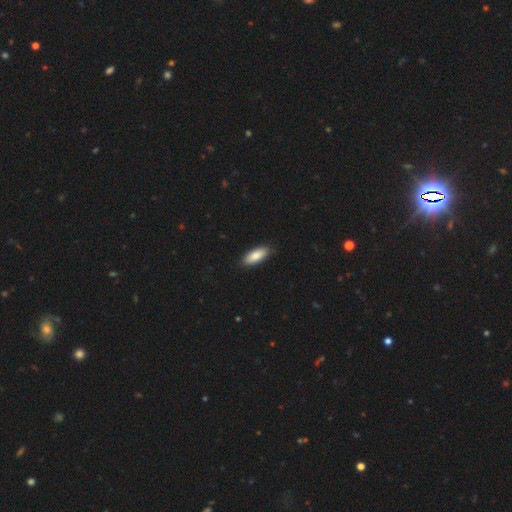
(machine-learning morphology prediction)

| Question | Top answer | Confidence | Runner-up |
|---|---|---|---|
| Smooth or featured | smooth | 86% | featured or disk (9%) |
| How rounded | in between | 75% | cigar-shaped (23%) |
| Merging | none | 88% | minor disturbance (9%) |